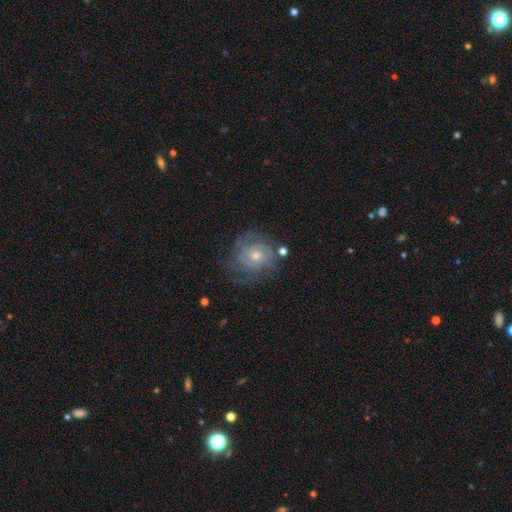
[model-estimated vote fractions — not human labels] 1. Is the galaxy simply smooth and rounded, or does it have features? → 77% featured or disk, 13% smooth, 10% star or artifact.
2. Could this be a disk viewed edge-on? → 97% no, 3% yes.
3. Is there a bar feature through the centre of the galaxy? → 79% no, 18% weak, 3% strong.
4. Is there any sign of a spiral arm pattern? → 94% yes, 6% no.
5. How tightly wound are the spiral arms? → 68% tight, 25% medium, 6% loose.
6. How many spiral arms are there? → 39% can't tell, 20% 3, 16% 4, 13% 2, 7% more than 4, 6% 1.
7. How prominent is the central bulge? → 49% small, 47% moderate, 2% large, 1% none, 1% dominant.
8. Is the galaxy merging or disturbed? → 73% none, 16% minor disturbance, 8% major disturbance, 2% merger.